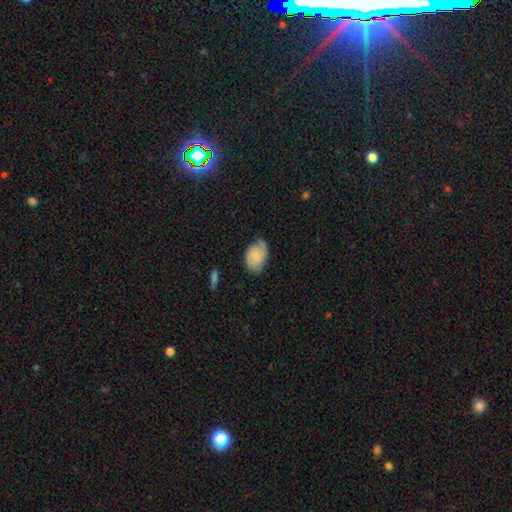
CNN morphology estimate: This appears to be a smooth galaxy with no disk features (72%) that is in between round and cigar-shaped (86%). Merging: none (57%).